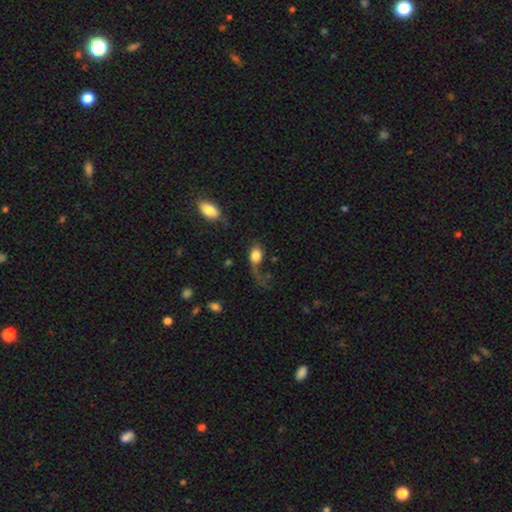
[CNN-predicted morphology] A smooth galaxy with no disk features (73%) that is in between round and cigar-shaped (69%). Merging: major disturbance (49%).